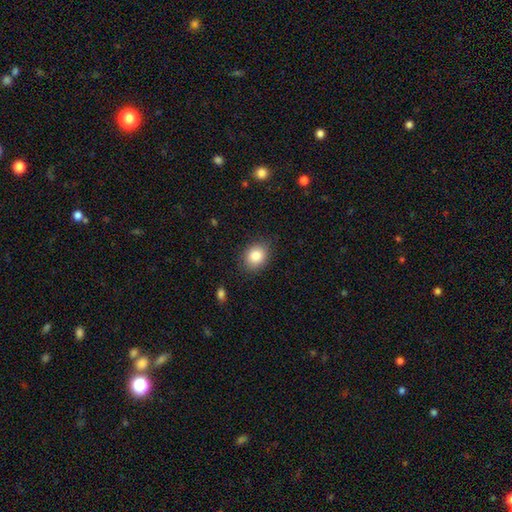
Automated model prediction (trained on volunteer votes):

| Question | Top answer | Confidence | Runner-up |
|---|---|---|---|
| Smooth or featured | smooth | 85% | star or artifact (9%) |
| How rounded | round | 53% | in between (47%) |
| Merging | none | 84% | minor disturbance (12%) |